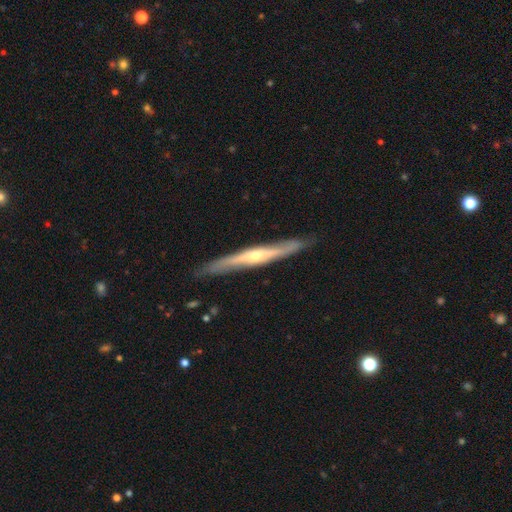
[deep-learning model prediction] Smooth or featured?
  - featured or disk: 75% *
  - smooth: 20%
  - star or artifact: 6%
Edge-on disk?
  - yes: 91% *
  - no: 9%
Edge-on bulge?
  - rounded: 77% *
  - none: 19%
  - boxy: 4%
Merging?
  - none: 86% *
  - minor disturbance: 11%
  - major disturbance: 2%
  - merger: 1%